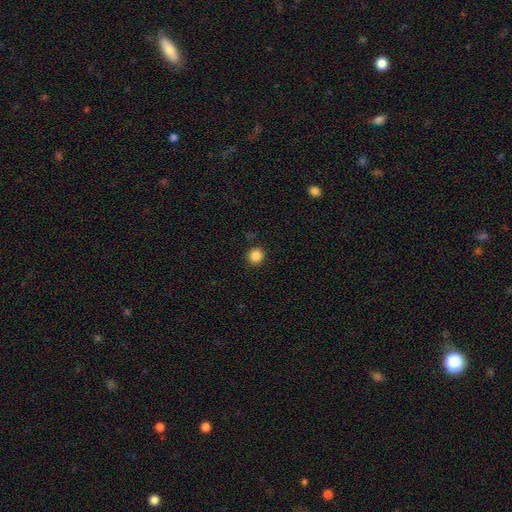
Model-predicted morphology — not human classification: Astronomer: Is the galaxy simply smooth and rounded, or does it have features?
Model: smooth — 86%.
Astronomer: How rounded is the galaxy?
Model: round — 91%.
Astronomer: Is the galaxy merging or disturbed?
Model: none — 91%.